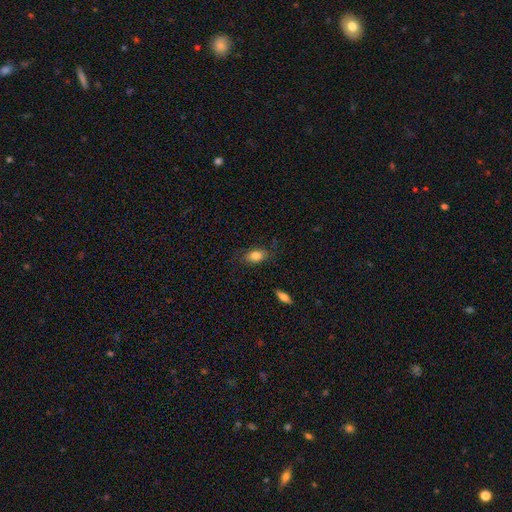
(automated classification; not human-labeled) This is clearly a smooth galaxy (83%). How rounded: clearly in between (86%). Merging: likely none (78%).